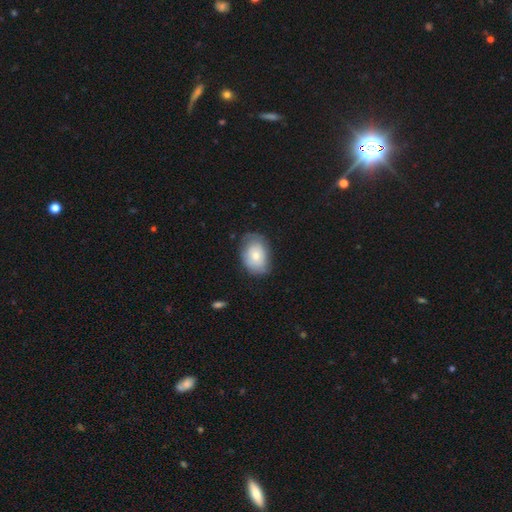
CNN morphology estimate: Smooth or featured: smooth — 67% (featured or disk — 26%)
How rounded: in between — 81% (round — 18%)
Merging: none — 65% (minor disturbance — 27%)